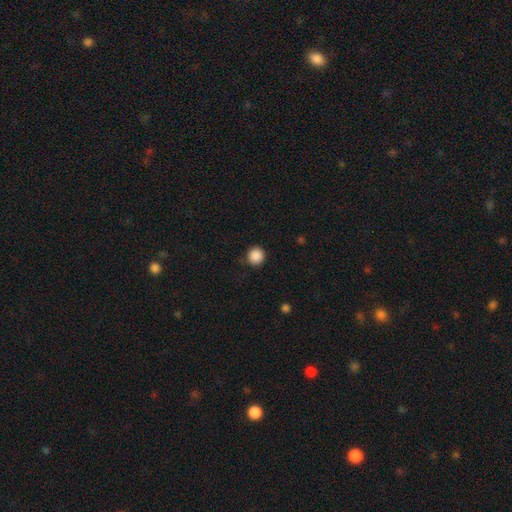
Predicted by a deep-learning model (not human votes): Q: Smooth or featured?
A: smooth (89%); runner-up: star or artifact (9%)
Q: How rounded?
A: round (95%); runner-up: in between (5%)
Q: Merging?
A: none (88%); runner-up: minor disturbance (9%)